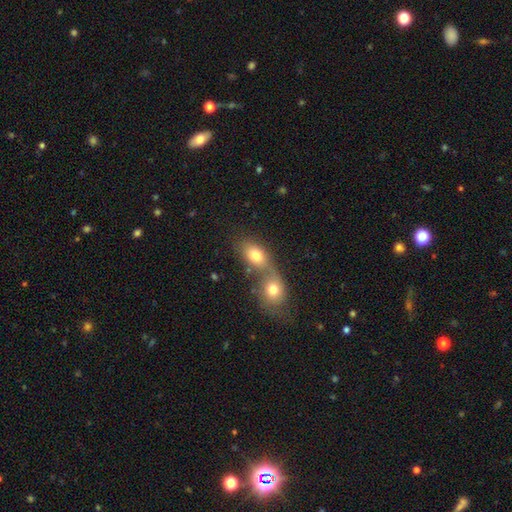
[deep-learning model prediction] This is likely a smooth galaxy (76%). How rounded: likely in between (74%). Merging: likely merger (65%).